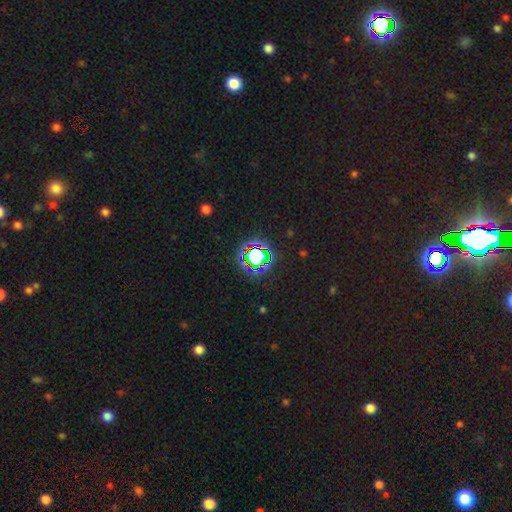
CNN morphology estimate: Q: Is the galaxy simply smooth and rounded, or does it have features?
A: star or artifact — 69%.